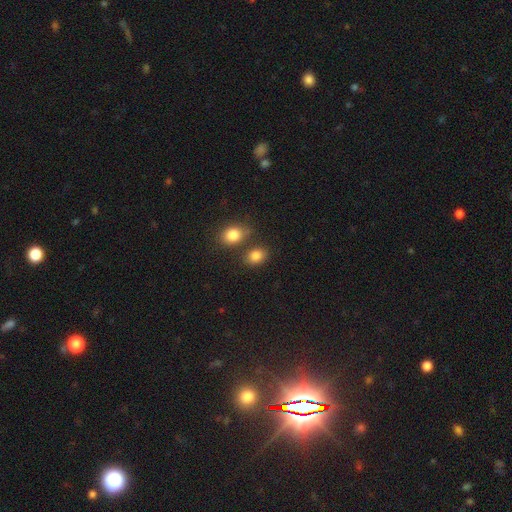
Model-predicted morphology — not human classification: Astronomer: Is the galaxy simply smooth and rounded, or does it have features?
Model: smooth — 83%.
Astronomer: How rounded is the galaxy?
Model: in between — 60% (runner-up: round, 39%).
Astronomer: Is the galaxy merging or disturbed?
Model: none — 69%.